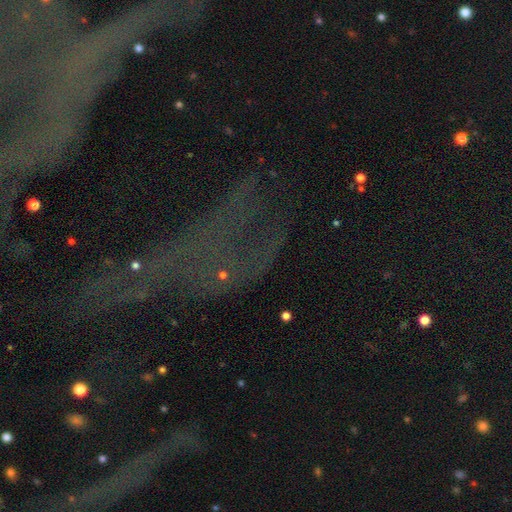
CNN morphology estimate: The model was most divided on "smooth or featured": star or artifact: 66%, featured or disk: 19%, smooth: 14%.